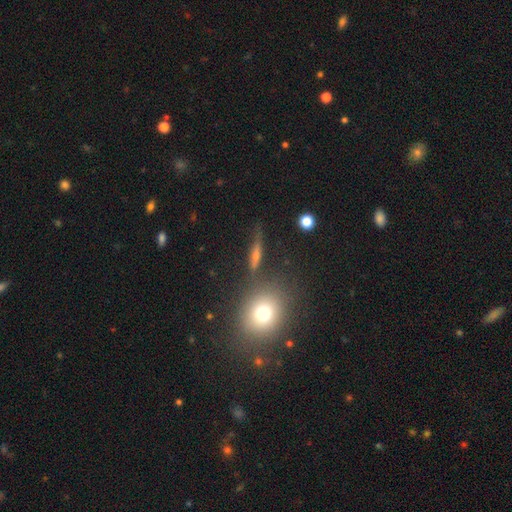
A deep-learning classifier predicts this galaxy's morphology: Smooth or featured?
  - smooth: 42% *
  - featured or disk: 31%
  - star or artifact: 27%
Merging?
  - none: 78% *
  - minor disturbance: 11%
  - merger: 7%
  - major disturbance: 4%